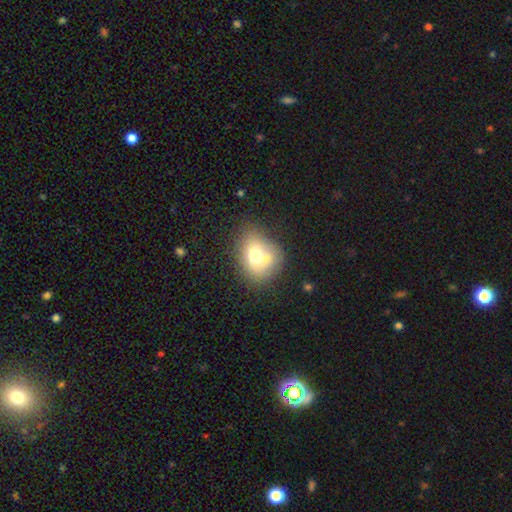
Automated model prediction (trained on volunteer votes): Q: Smooth or featured?
A: smooth (67%); runner-up: featured or disk (22%)
Q: How rounded?
A: in between (50%); runner-up: round (49%)
Q: Merging?
A: none (41%); runner-up: merger (33%)